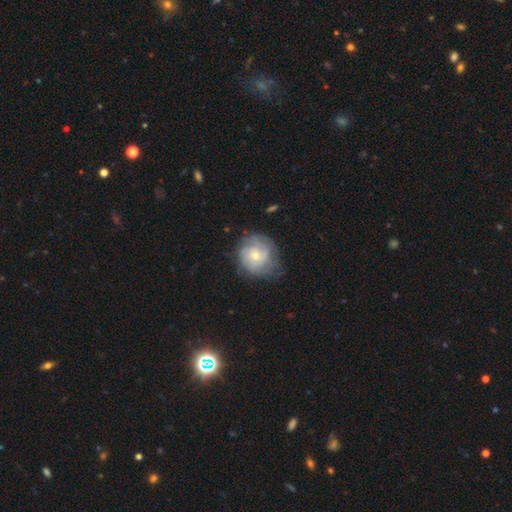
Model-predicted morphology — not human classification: A featured or disk galaxy (54%) with no bar (80%), spiral arms (70%) and a small central bulge (52%).

Vote fractions:
- Smooth or featured? featured or disk: 54% / smooth: 39% / star or artifact: 7%
- Edge-on disk? no: 97% / yes: 3%
- Bar? no: 80% / weak: 17% / strong: 3%
- Spiral arms? yes: 70% / no: 30%
- Bulge size? small: 52% / moderate: 43% / large: 3% / none: 1% / dominant: 1%
- Merging? none: 63% / minor disturbance: 24% / major disturbance: 12% / merger: 2%